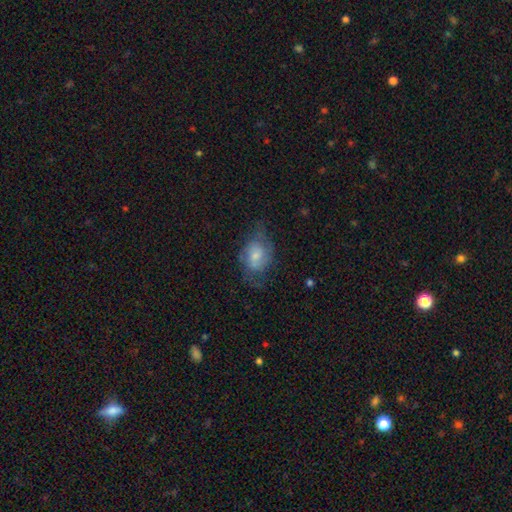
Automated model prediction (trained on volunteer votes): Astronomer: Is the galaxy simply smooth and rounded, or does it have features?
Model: smooth — 56% (runner-up: featured or disk, 36%).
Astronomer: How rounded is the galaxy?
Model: in between — 69%.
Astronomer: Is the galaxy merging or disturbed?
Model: none — 49% (runner-up: minor disturbance, 29%).